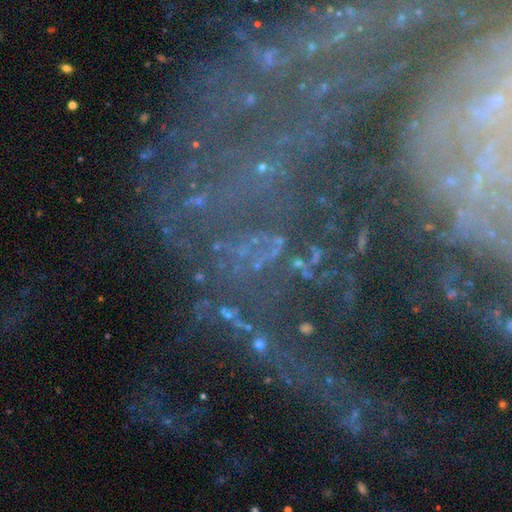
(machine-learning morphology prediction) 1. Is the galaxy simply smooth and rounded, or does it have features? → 61% star or artifact, 29% featured or disk, 10% smooth.